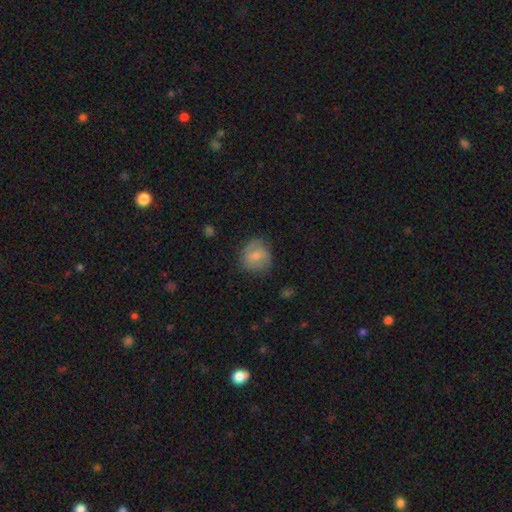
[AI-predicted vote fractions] Q: Smooth or featured?
A: smooth (67%); runner-up: featured or disk (26%)
Q: How rounded?
A: round (80%); runner-up: in between (19%)
Q: Merging?
A: none (71%); runner-up: minor disturbance (21%)